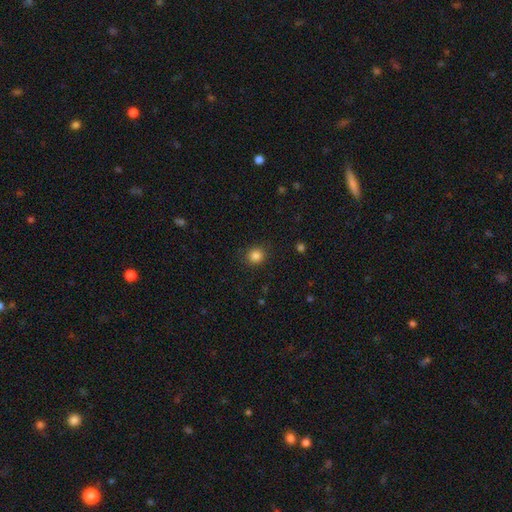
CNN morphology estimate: smooth 85%, star or artifact 11%, featured or disk 4%. Down the decision tree: how rounded — round (87%); merging — none (88%).